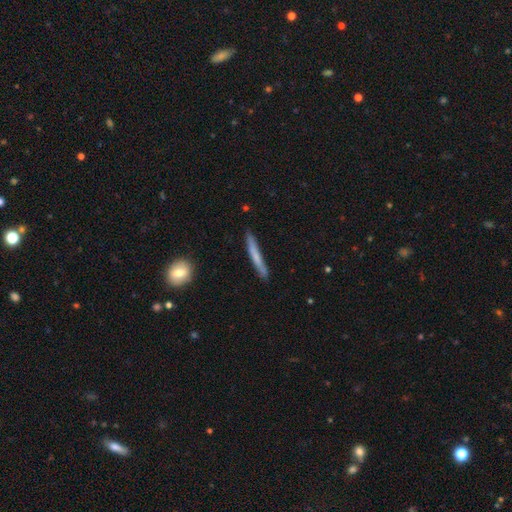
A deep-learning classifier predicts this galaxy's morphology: Smooth or featured? smooth (60%)
How rounded? cigar-shaped (96%)
Merging? none (85%)